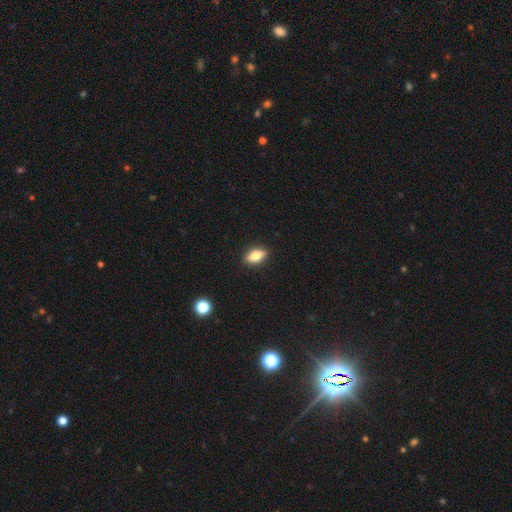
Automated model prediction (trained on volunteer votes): Smooth or featured? Predicted: smooth (p=0.68). How rounded? Predicted: in between (p=0.78). Merging? Predicted: none (p=0.88).